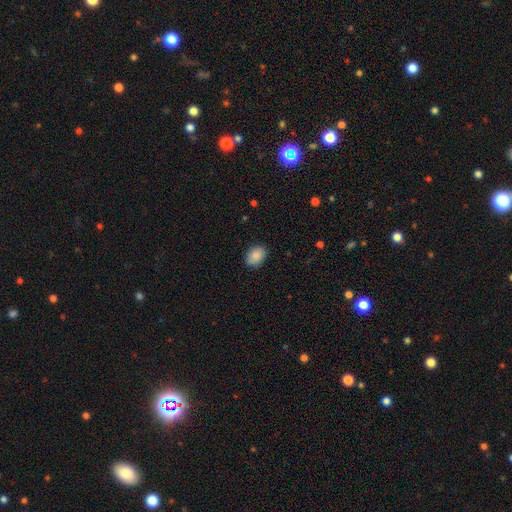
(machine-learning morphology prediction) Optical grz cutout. It shows a smooth galaxy with no disk features (88%) that is in between round and cigar-shaped (74%). Merging: none (88%).